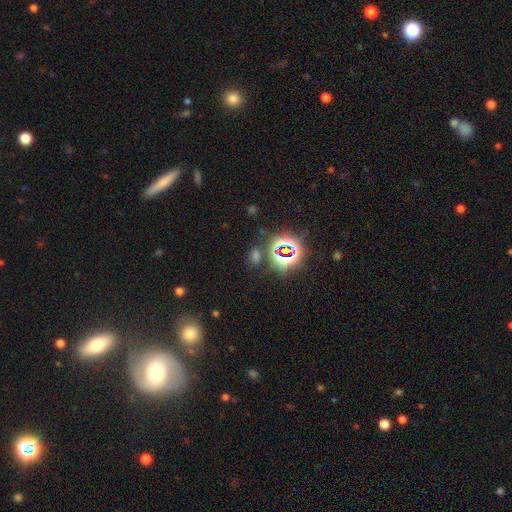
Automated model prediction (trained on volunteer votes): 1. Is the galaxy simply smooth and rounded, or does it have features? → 54% star or artifact, 38% smooth, 8% featured or disk.